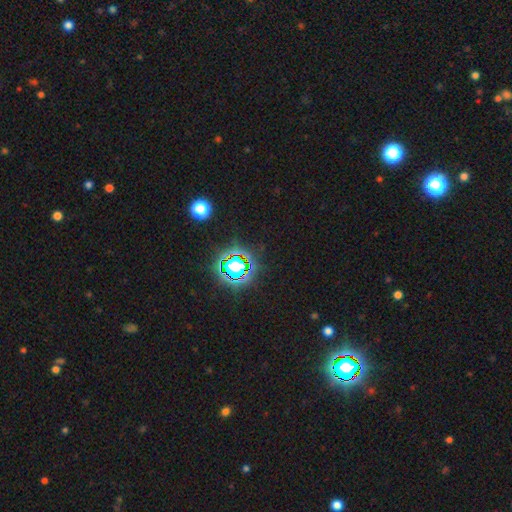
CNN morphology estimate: star or artifact 80%, smooth 13%, featured or disk 8%.